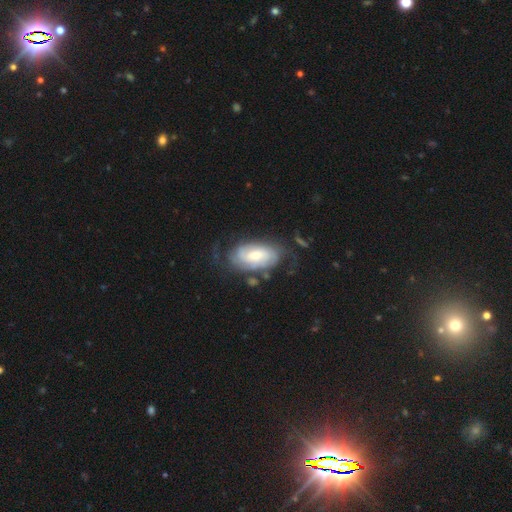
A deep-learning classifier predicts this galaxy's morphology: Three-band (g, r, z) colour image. It shows a featured or disk galaxy (74%) with no bar (57%), tight (61%) spiral arms (91%) and a small central bulge (46%). Merging: none (59%).